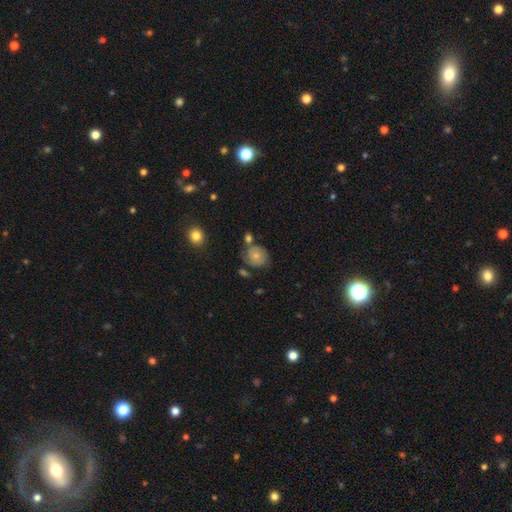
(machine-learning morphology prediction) The model was most divided on "merging": none: 60%, minor disturbance: 20%, merger: 14%, major disturbance: 7%. More confident: how rounded — round (76%); smooth or featured — smooth (69%).